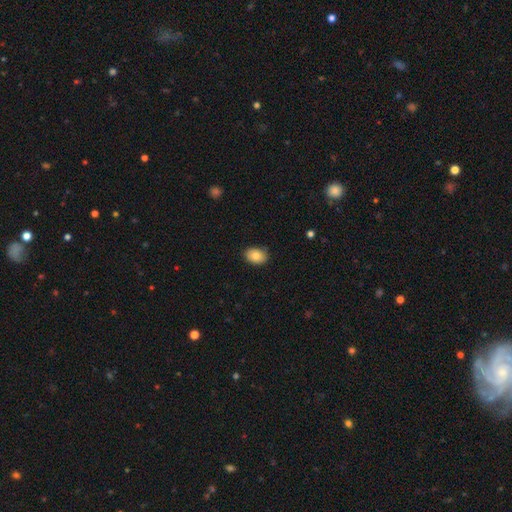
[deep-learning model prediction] Overall: smooth (84%). How rounded: in between (81%). Merging: none (86%).